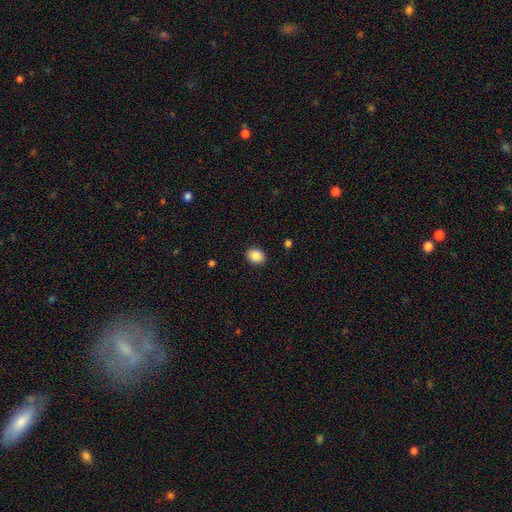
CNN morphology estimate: Smooth or featured? Predicted: smooth (p=0.88). How rounded? Predicted: in between (p=0.51). Merging? Predicted: none (p=0.90).